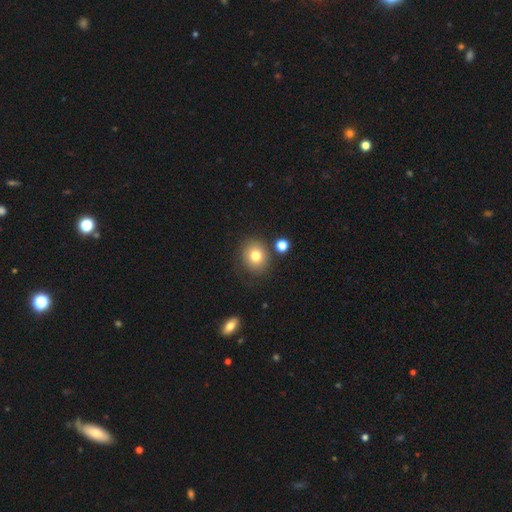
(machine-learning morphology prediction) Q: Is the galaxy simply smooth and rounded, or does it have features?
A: smooth — 78%.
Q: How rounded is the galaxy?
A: round — 74%.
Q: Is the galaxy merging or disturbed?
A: none — 79%.